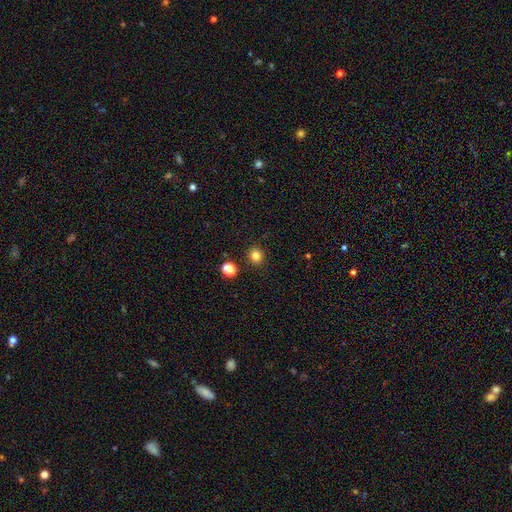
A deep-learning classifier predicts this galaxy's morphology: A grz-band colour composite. It shows a smooth galaxy with no disk features (82%) that is round (85%). Merging: none (88%).